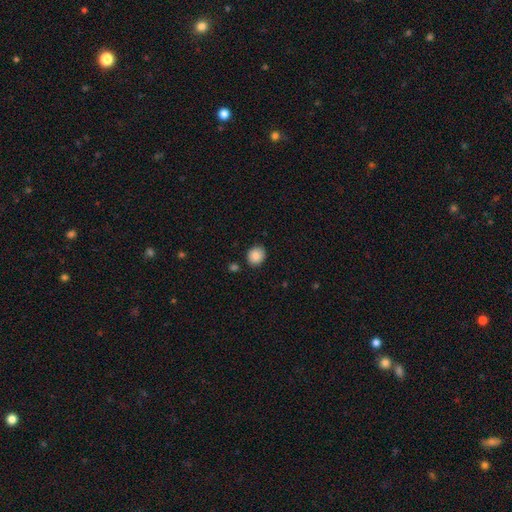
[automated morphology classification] type=smooth (87%); roundness=round (67%); merging=none (84%).